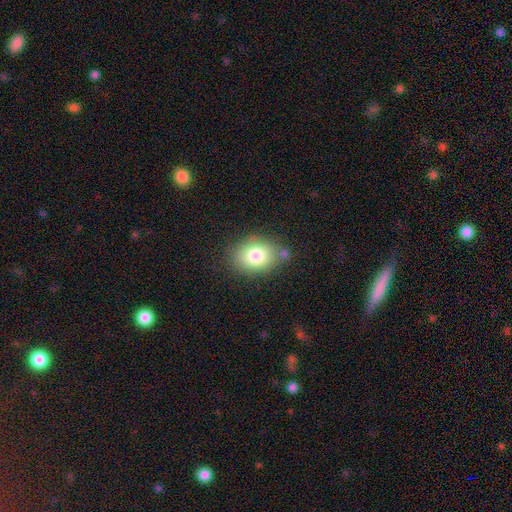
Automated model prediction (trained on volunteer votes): A smooth galaxy with no disk features (80%) that is in between round and cigar-shaped (64%).

Vote fractions:
- Smooth or featured? smooth: 80% / featured or disk: 11% / star or artifact: 9%
- How rounded? in between: 64% / round: 35% / cigar-shaped: 1%
- Merging? none: 75% / minor disturbance: 15% / merger: 6% / major disturbance: 4%